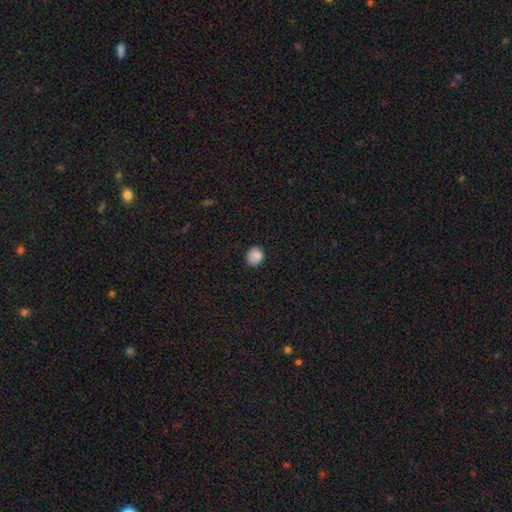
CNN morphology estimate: type=smooth (84%); roundness=round (69%); merging=none (76%).